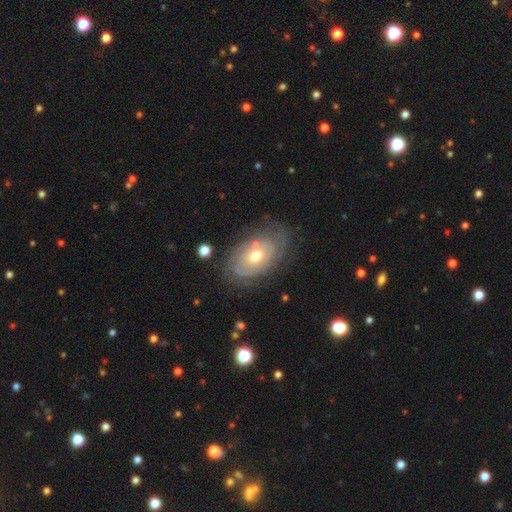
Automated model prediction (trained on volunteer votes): Smooth or featured? featured or disk (68%)
Edge-on disk? no (94%)
Bar? no (81%)
Spiral arms? yes (71%)
Bulge size? moderate (71%)
Merging? none (66%)